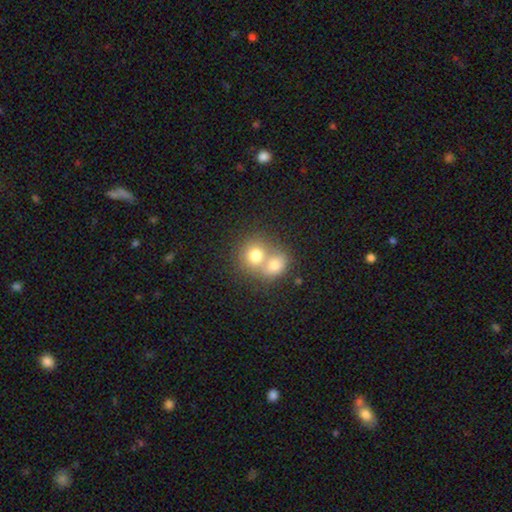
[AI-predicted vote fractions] This is likely a smooth galaxy (73%). How rounded: likely round (77%). Merging: likely merger (65%).